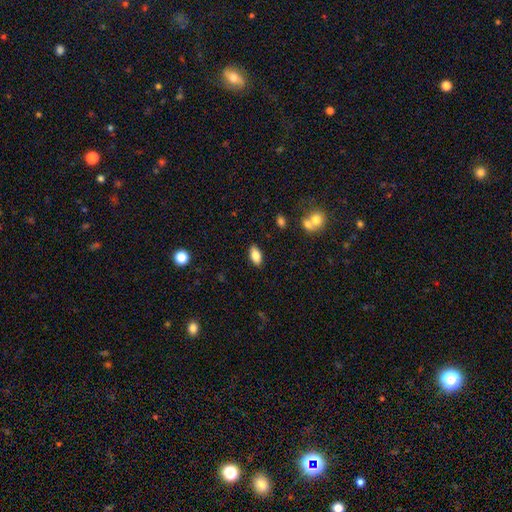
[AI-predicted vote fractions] Smooth or featured?
  - smooth: 80% *
  - featured or disk: 12%
  - star or artifact: 8%
How rounded?
  - in between: 90% *
  - cigar-shaped: 6%
  - round: 3%
Merging?
  - none: 87% *
  - minor disturbance: 9%
  - major disturbance: 2%
  - merger: 2%